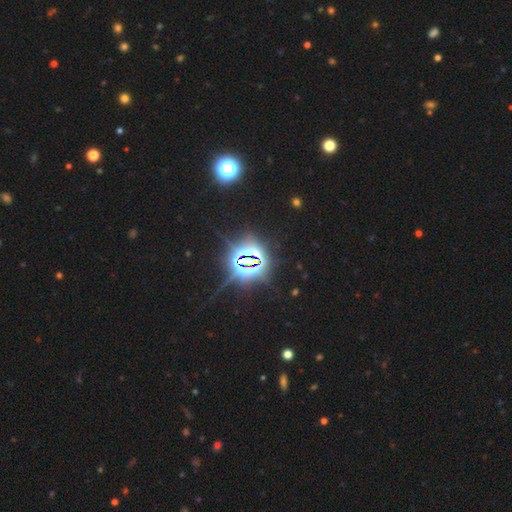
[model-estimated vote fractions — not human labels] star or artifact 84%, smooth 9%, featured or disk 7%.